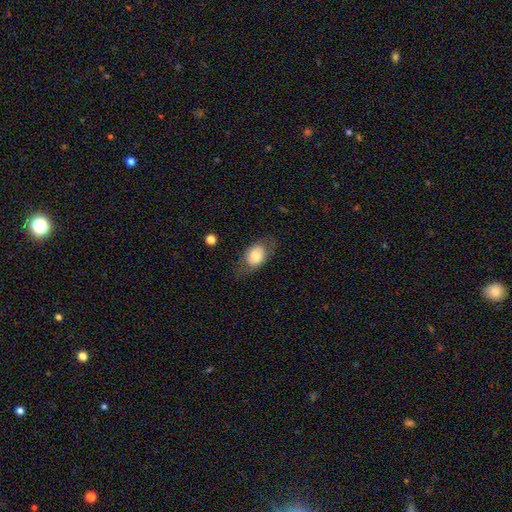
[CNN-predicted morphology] Smooth or featured: smooth — 68% (featured or disk — 24%)
How rounded: in between — 69% (round — 29%)
Merging: none — 71% (minor disturbance — 17%)